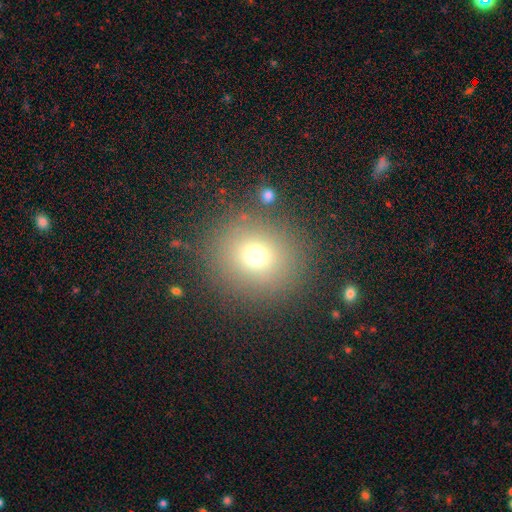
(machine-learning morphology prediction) This is likely a smooth galaxy (70%). How rounded: clearly round (86%). Merging: clearly none (87%).